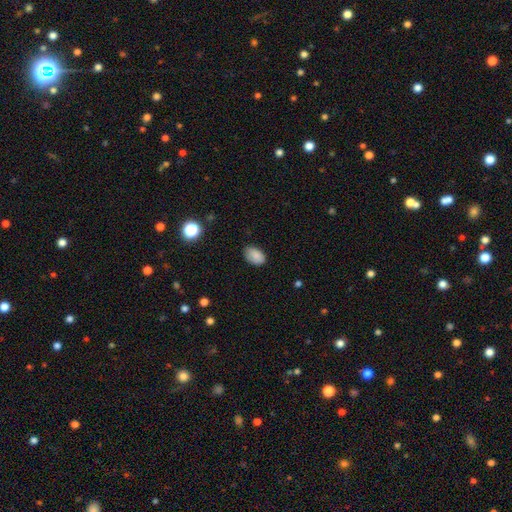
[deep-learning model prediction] Smooth or featured? Predicted: smooth (p=0.86). How rounded? Predicted: in between (p=0.88). Merging? Predicted: none (p=0.77).